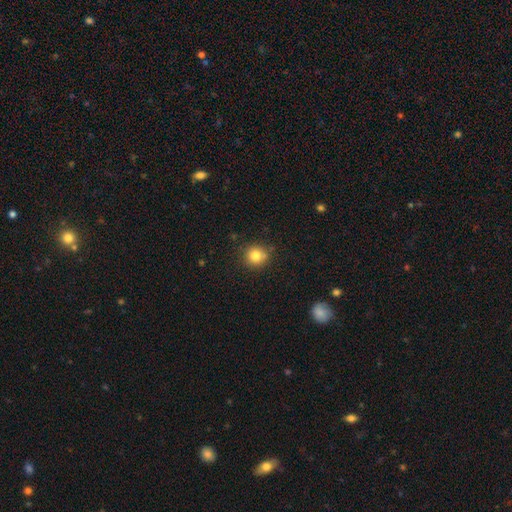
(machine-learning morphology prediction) smooth-or-featured: smooth: 82% | star or artifact: 12% | featured or disk: 7%
  how-rounded: round: 90% | in between: 9% | cigar-shaped: 1%
  merging: none: 82% | minor disturbance: 12% | merger: 3% | major disturbance: 3%